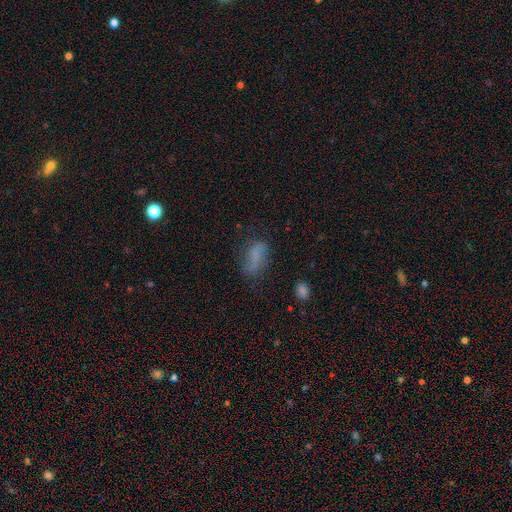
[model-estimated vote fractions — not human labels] This appears to be a smooth galaxy with no disk features (68%) that is in between round and cigar-shaped (80%). Merging: none (57%).